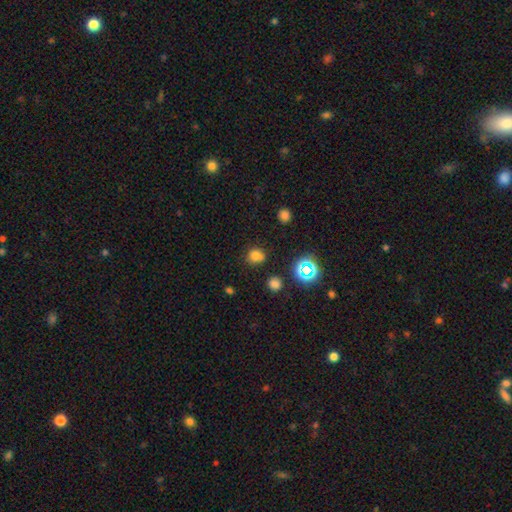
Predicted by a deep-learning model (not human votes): Smooth or featured? smooth (72%)
How rounded? round (73%)
Merging? none (77%)